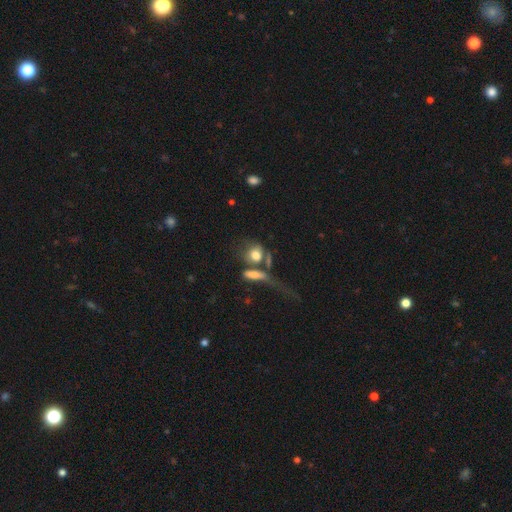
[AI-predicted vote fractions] Q: Smooth or featured?
A: smooth (67%); runner-up: featured or disk (23%)
Q: How rounded?
A: in between (49%); runner-up: round (43%)
Q: Merging?
A: merger (44%); runner-up: none (25%)